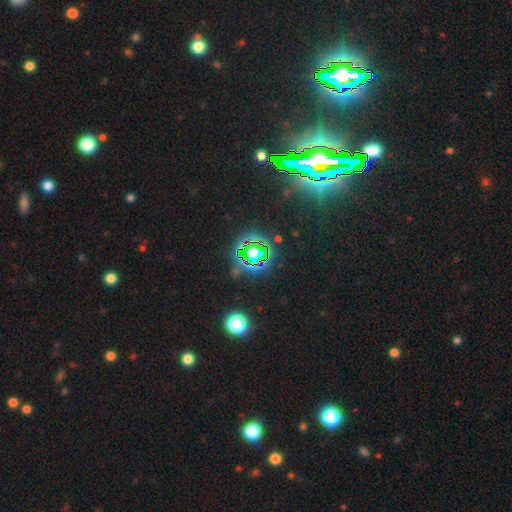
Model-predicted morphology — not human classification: The model was most divided on "smooth or featured": star or artifact: 74%, smooth: 15%, featured or disk: 11%.